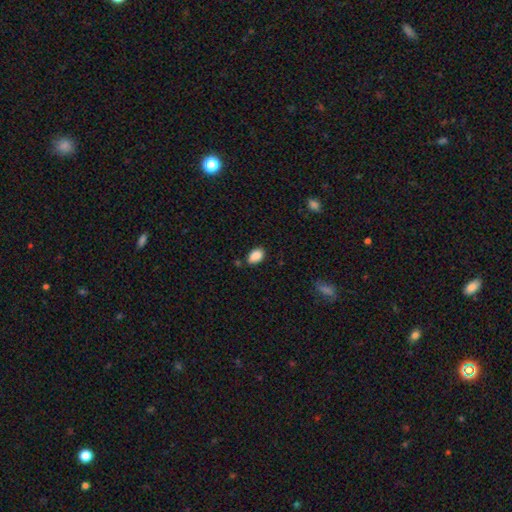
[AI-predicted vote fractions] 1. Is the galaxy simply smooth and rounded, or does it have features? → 89% smooth, 8% star or artifact, 3% featured or disk.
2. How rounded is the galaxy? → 89% in between, 10% round, 1% cigar-shaped.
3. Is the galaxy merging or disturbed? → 74% none, 18% minor disturbance, 4% merger, 3% major disturbance.